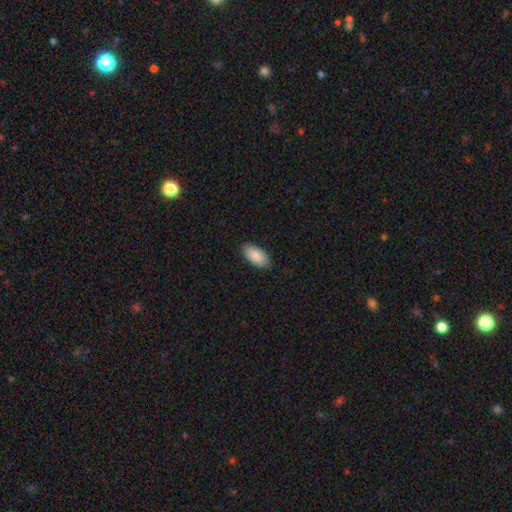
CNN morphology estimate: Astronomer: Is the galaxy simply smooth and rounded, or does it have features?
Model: smooth — 90%.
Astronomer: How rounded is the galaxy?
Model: in between — 95%.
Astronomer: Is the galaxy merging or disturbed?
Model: none — 88%.